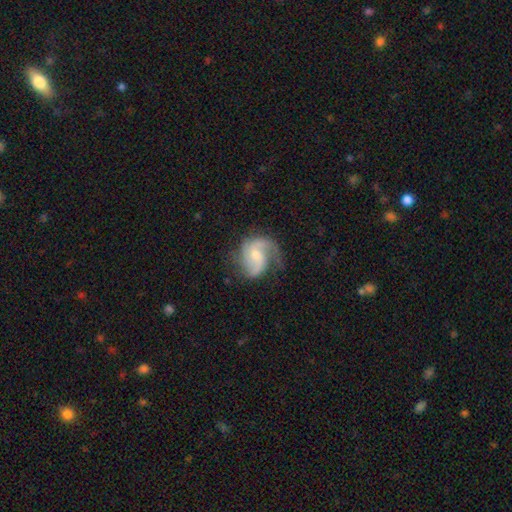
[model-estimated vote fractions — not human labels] Q: Smooth or featured?
A: featured or disk (82%); runner-up: smooth (13%)
Q: Edge-on disk?
A: no (98%); runner-up: yes (2%)
Q: Bar?
A: no (54%); runner-up: weak (39%)
Q: Spiral arms?
A: yes (96%); runner-up: no (4%)
Q: Spiral winding?
A: medium (49%); runner-up: loose (30%)
Q: Spiral arm count?
A: 2 (56%); runner-up: 3 (18%)
Q: Bulge size?
A: moderate (49%); runner-up: small (42%)
Q: Merging?
A: none (59%); runner-up: minor disturbance (23%)